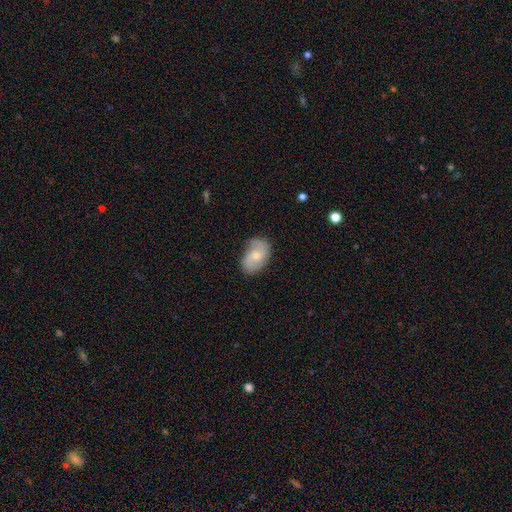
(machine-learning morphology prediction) featured or disk 54%, smooth 39%, star or artifact 7%. Down the decision tree: edge-on disk — no (96%); bar — no (60%); spiral arms — yes (86%); bulge size — moderate (51%); merging — none (63%).